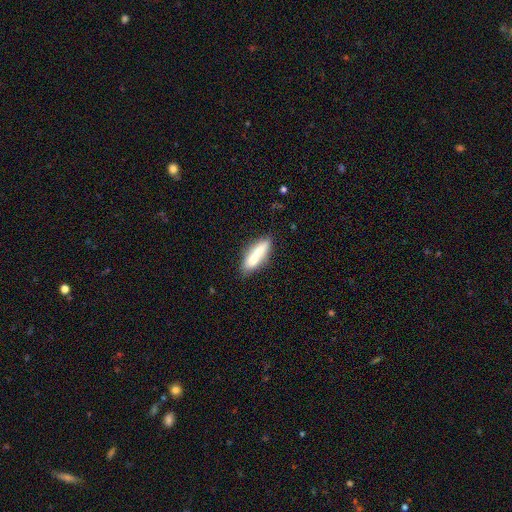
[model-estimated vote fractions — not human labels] This is likely a smooth galaxy (73%). How rounded: possibly cigar-shaped (53%). Merging: likely none (63%).